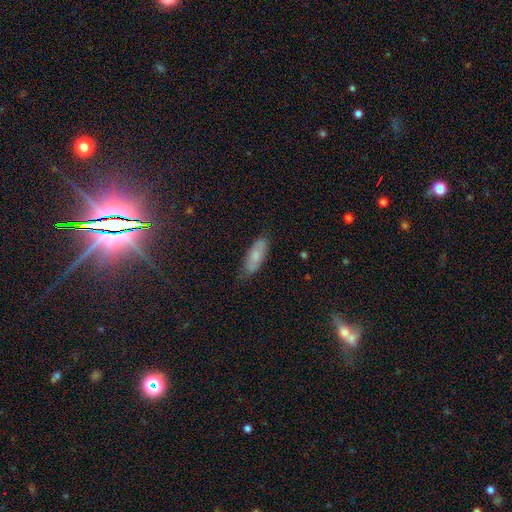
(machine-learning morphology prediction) Q: Smooth or featured?
A: smooth (73%); runner-up: featured or disk (20%)
Q: How rounded?
A: in between (67%); runner-up: cigar-shaped (31%)
Q: Merging?
A: none (72%); runner-up: minor disturbance (22%)